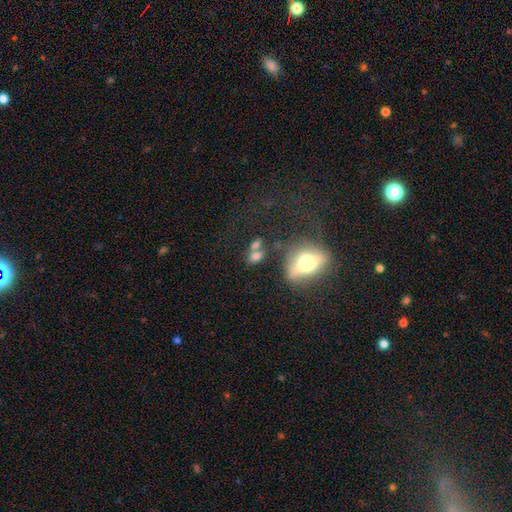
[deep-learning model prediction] Morphology: type=smooth (66%); roundness=in between (70%); merging=none (45%).